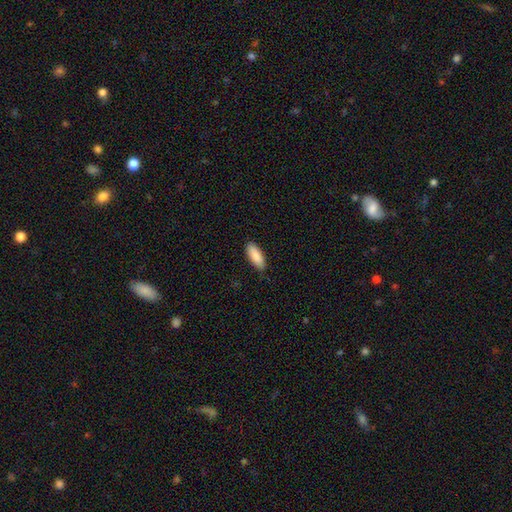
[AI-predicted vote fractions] Smooth or featured?
  - smooth: 88% *
  - featured or disk: 6%
  - star or artifact: 6%
How rounded?
  - in between: 74% *
  - cigar-shaped: 25%
  - round: 2%
Merging?
  - none: 85% *
  - minor disturbance: 12%
  - major disturbance: 2%
  - merger: 1%